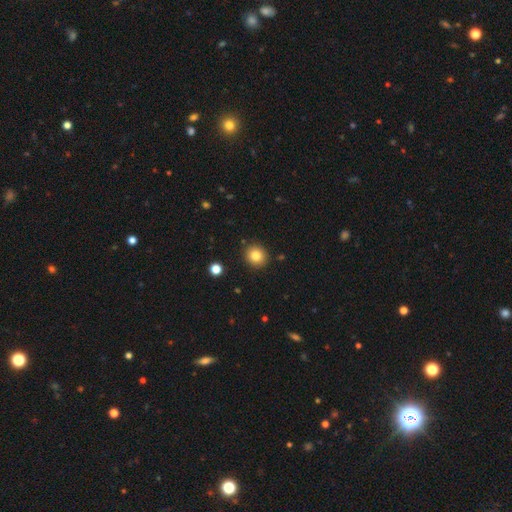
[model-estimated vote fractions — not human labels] A smooth galaxy with no disk features (81%) that is round (87%).

Vote fractions:
- Smooth or featured? smooth: 81% / star or artifact: 11% / featured or disk: 7%
- How rounded? round: 87% / in between: 12% / cigar-shaped: 1%
- Merging? none: 90% / minor disturbance: 6% / major disturbance: 2% / merger: 2%